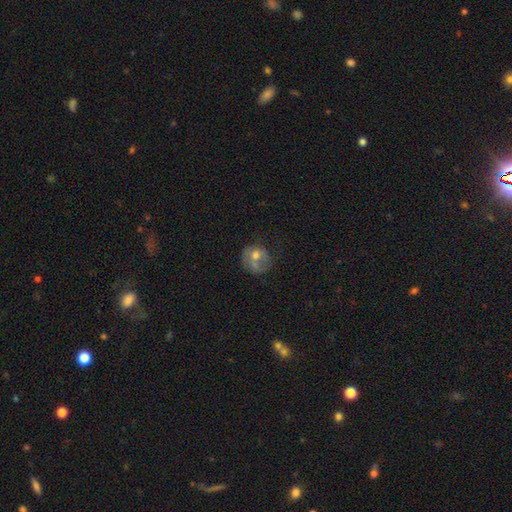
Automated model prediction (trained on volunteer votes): A smooth galaxy with no disk features (53%) that is round (73%). Merging: none (43%).